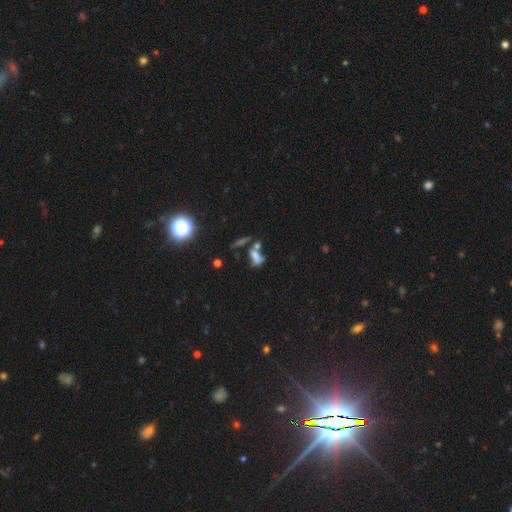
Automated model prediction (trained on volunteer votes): smooth_or_featured: smooth (p=0.56) [alt: featured or disk p=0.23]
how_rounded: in between (p=0.70) [alt: cigar-shaped p=0.16]
merging: merger (p=0.44) [alt: none p=0.29]